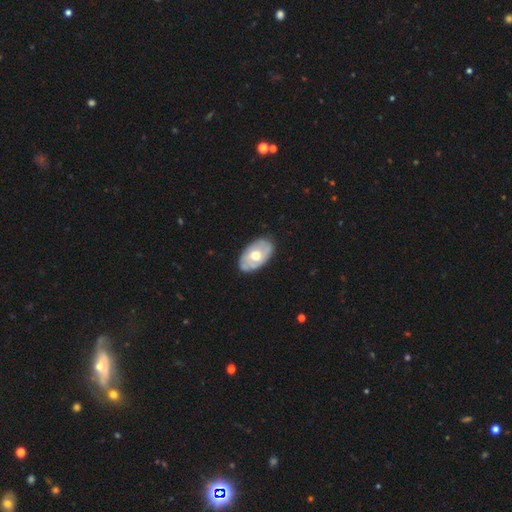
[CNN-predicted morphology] This appears to be a featured or disk galaxy (56%) with no bar (80%), no spiral arms (58%) and a moderate central bulge (75%). Merging: none (79%).